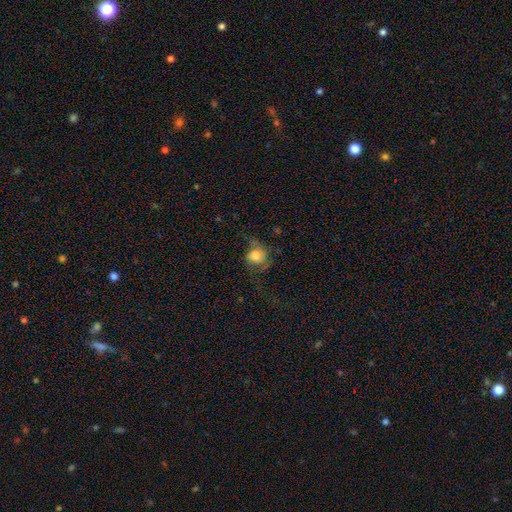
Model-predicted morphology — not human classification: The model was most divided on "merging": none: 41%, major disturbance: 34%, minor disturbance: 22%, merger: 2%. More confident: how rounded — round (71%); smooth or featured — smooth (56%).